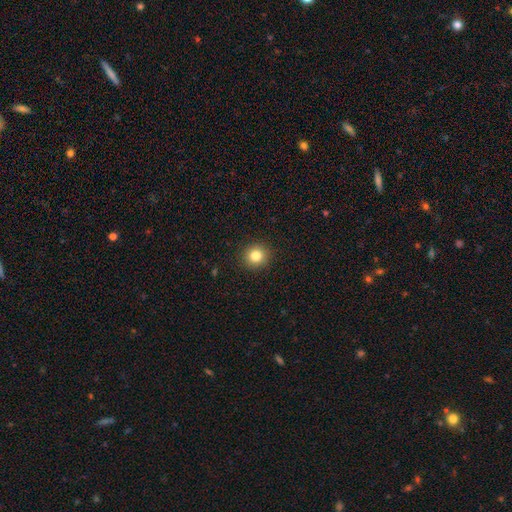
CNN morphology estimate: smooth 83%, star or artifact 11%, featured or disk 6%. Down the decision tree: how rounded — round (91%); merging — none (92%).